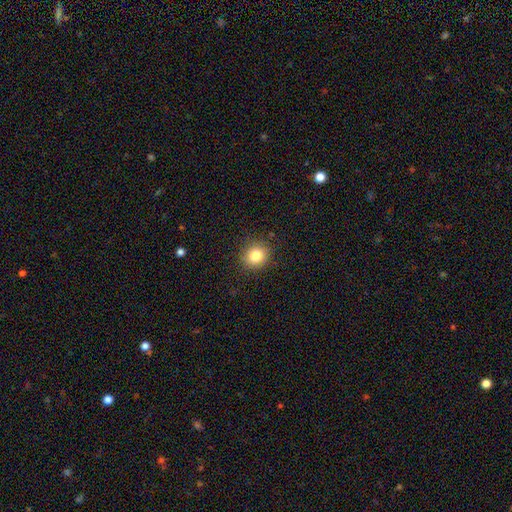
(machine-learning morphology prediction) A smooth galaxy with no disk features (83%) that is round (81%). Merging: none (89%).